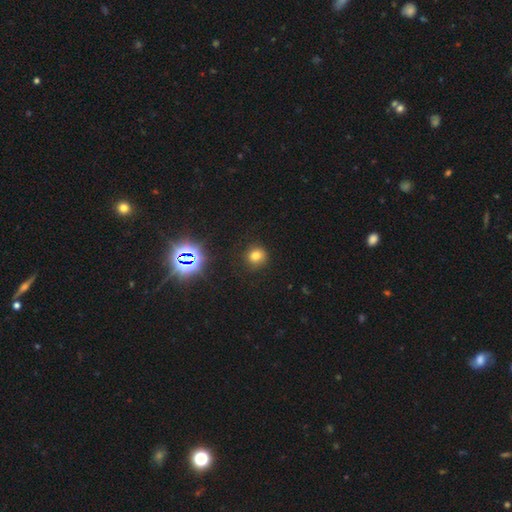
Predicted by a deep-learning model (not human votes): A smooth galaxy with no disk features (72%) that is round (86%). Merging: none (87%).